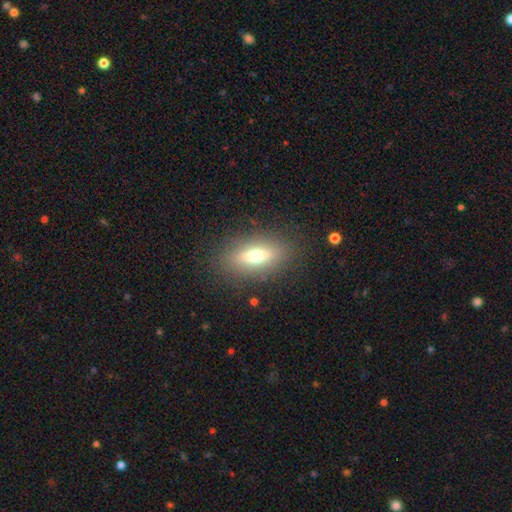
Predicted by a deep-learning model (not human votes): A smooth galaxy with no disk features (54%) that is in between round and cigar-shaped (66%). Merging: none (85%).